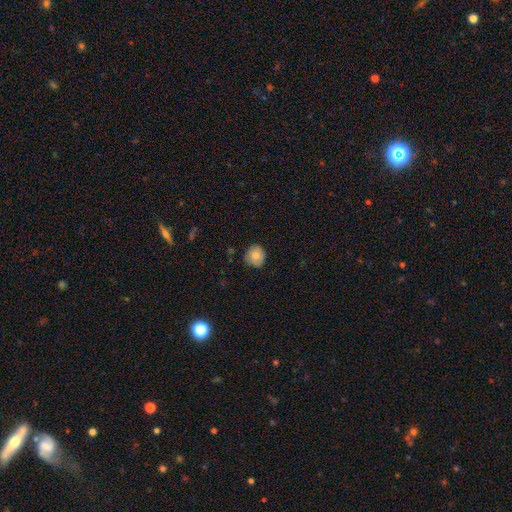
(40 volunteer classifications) Smooth or featured? 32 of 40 (80%) said smooth. How rounded? 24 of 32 (75%) said round. Merging? 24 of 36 (67%) said none.